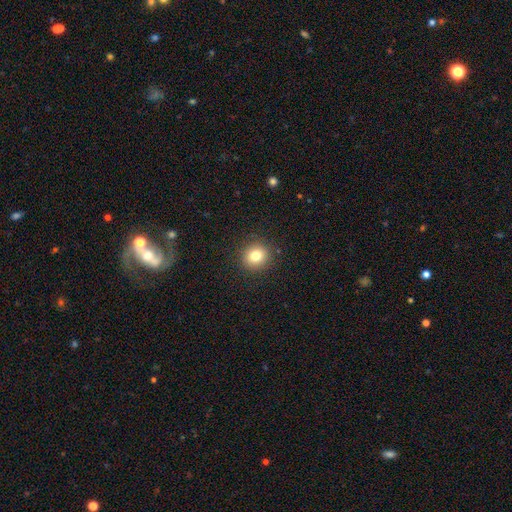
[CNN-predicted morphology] Smooth or featured? smooth (81%)
How rounded? round (84%)
Merging? none (90%)